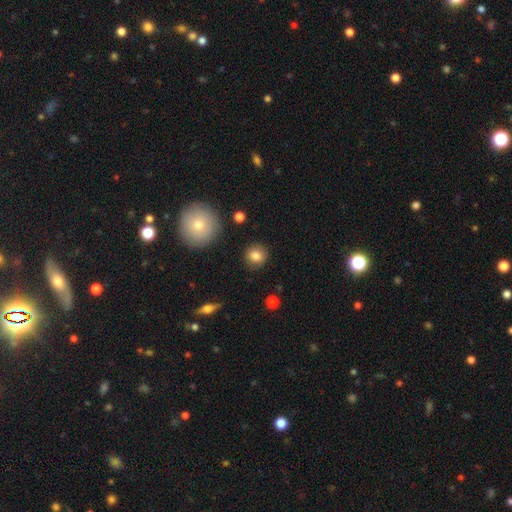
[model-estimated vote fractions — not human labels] A smooth galaxy with no disk features (82%) that is round (91%). Merging: none (89%).